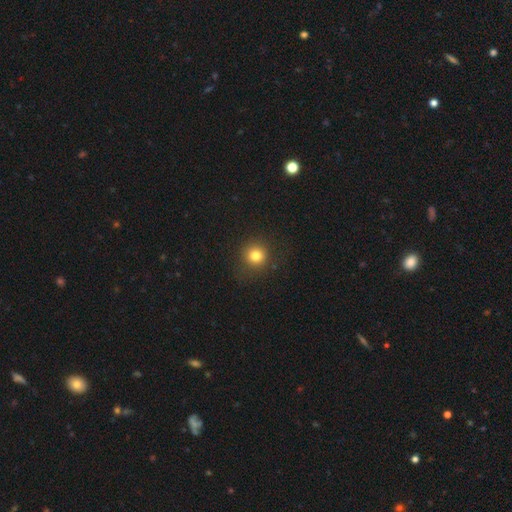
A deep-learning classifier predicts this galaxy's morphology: smooth 81%, star or artifact 13%, featured or disk 6%. Down the decision tree: how rounded — round (91%); merging — none (88%).